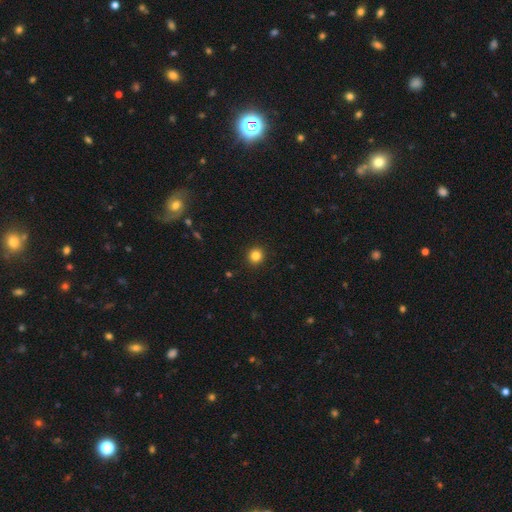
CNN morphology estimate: smooth 84%, star or artifact 12%, featured or disk 5%. Down the decision tree: how rounded — round (93%); merging — none (93%).